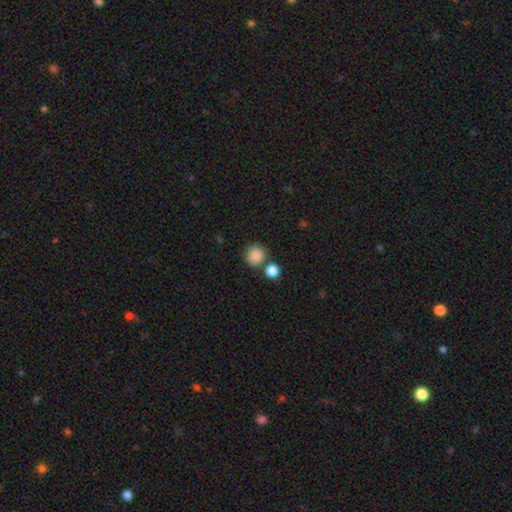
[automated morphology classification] smooth 86%, star or artifact 9%, featured or disk 4%. Down the decision tree: how rounded — round (91%); merging — none (74%).